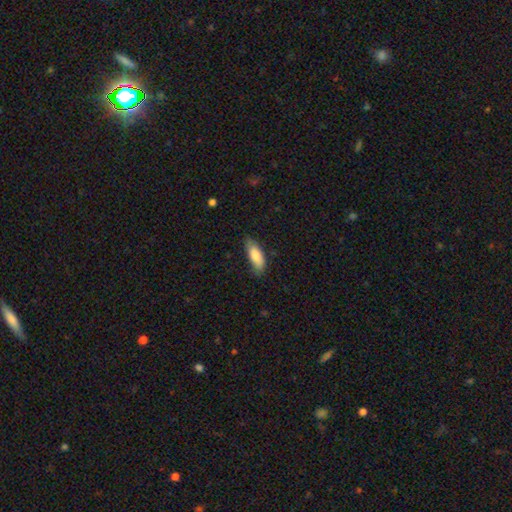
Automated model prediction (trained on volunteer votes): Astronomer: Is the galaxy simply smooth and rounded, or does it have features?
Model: smooth — 82%.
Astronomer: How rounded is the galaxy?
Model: in between — 74%.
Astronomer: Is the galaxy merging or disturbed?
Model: none — 71%.